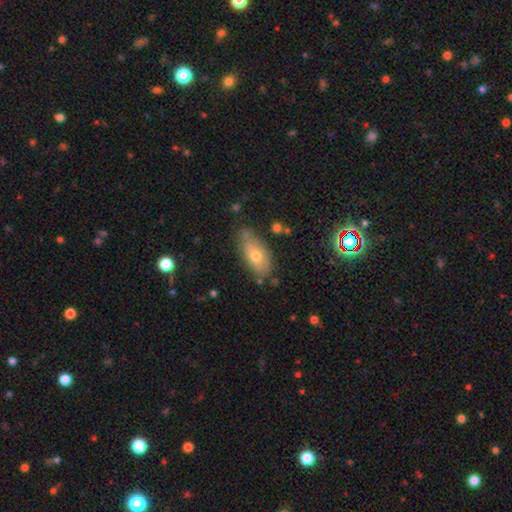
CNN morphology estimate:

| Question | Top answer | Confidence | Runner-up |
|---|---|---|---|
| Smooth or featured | smooth | 67% | featured or disk (23%) |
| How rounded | in between | 88% | cigar-shaped (7%) |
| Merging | none | 69% | minor disturbance (20%) |